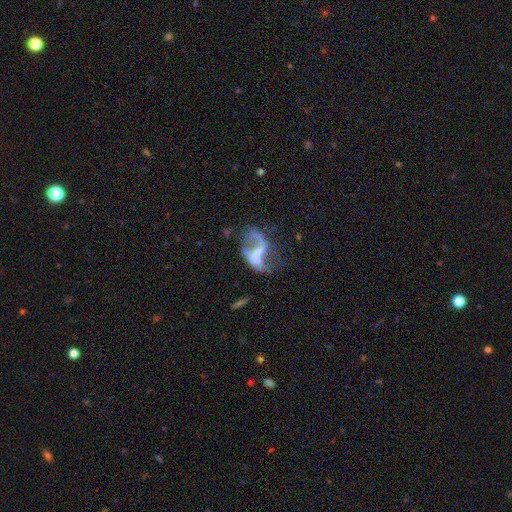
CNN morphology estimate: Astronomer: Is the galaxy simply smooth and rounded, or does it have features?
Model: featured or disk — 76%.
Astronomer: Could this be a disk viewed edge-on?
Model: no — 96%.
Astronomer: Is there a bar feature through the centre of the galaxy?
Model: no — 47% (runner-up: weak, 35%).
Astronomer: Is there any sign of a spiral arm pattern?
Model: yes — 66%.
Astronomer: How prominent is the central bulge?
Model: small — 38% (runner-up: none, 33%).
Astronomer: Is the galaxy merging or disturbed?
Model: major disturbance — 37% (runner-up: none, 28%).